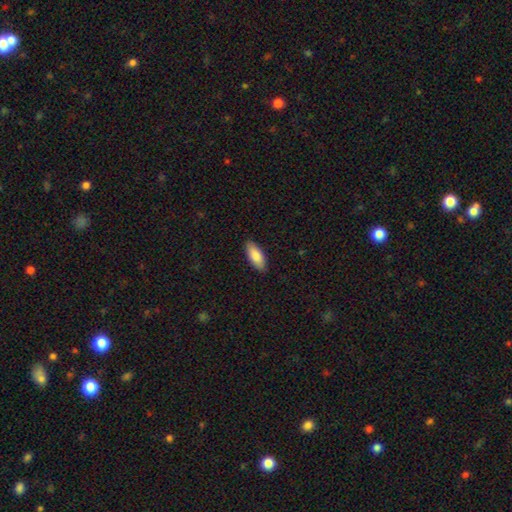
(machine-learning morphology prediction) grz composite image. It shows a smooth galaxy with no disk features (86%) that is in between round and cigar-shaped (80%). Merging: none (88%).